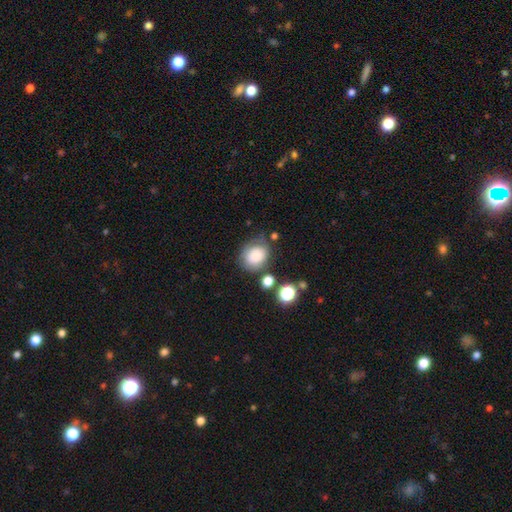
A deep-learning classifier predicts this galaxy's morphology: type=smooth (78%); roundness=round (61%); merging=none (58%).